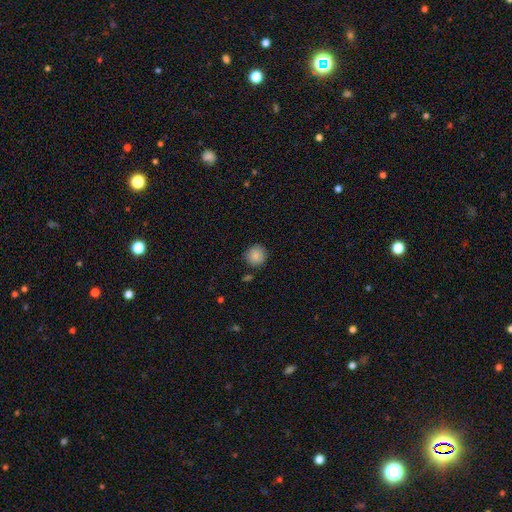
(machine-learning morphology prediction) Overall: smooth (87%). How rounded: round (93%). Merging: none (85%).